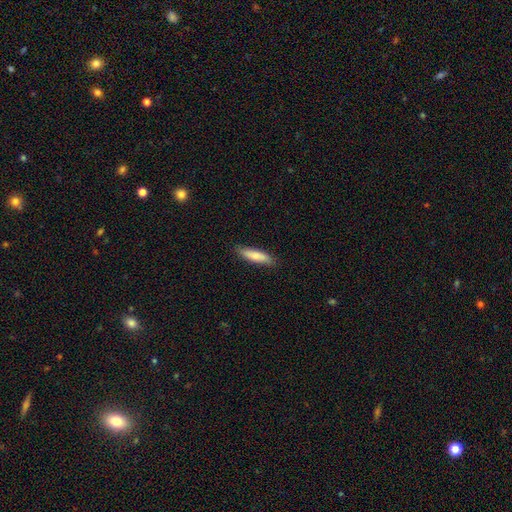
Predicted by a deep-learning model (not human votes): Smooth or featured: smooth — 78% (featured or disk — 16%)
How rounded: cigar-shaped — 69% (in between — 29%)
Merging: none — 86% (minor disturbance — 11%)